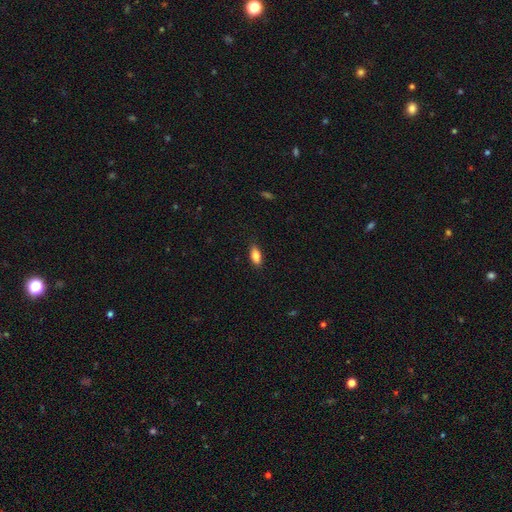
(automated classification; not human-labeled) This is clearly a smooth galaxy (83%). How rounded: clearly in between (84%). Merging: clearly none (86%).